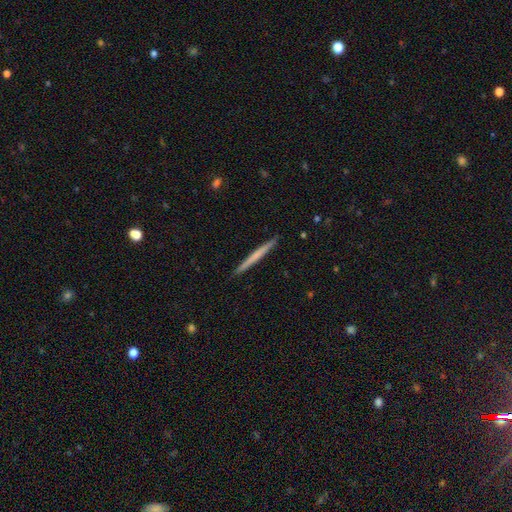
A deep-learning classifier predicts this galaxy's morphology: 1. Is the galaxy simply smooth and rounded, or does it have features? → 55% smooth, 40% featured or disk, 5% star or artifact.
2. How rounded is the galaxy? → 97% cigar-shaped, 2% in between, 1% round.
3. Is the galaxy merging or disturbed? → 93% none, 5% minor disturbance, 1% major disturbance, 1% merger.